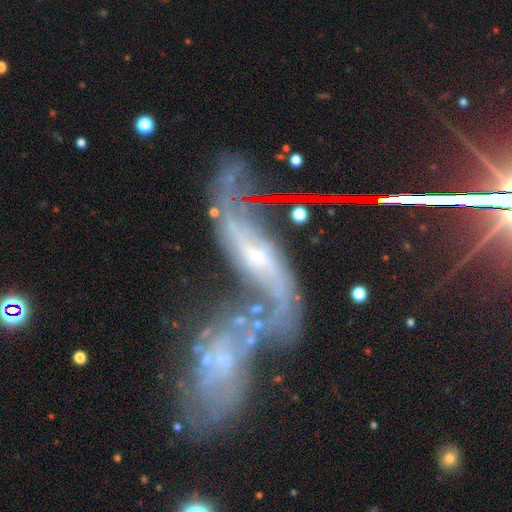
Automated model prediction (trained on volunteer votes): Smooth or featured: featured or disk — 84% (star or artifact — 8%)
Edge-on disk: no — 89% (yes — 11%)
Bar: no — 41% (weak — 35%)
Spiral arms: yes — 89% (no — 11%)
Spiral winding: loose — 84% (medium — 11%)
Spiral arm count: 2 — 87% (can't tell — 4%)
Bulge size: small — 61% (moderate — 24%)
Merging: merger — 36% (none — 31%)